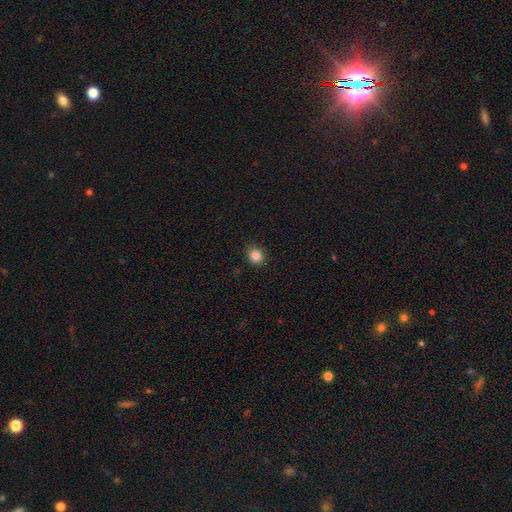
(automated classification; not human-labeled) smooth_or_featured: smooth (p=0.85) [alt: star or artifact p=0.11]
how_rounded: round (p=0.85) [alt: in between p=0.14]
merging: none (p=0.89) [alt: minor disturbance p=0.08]